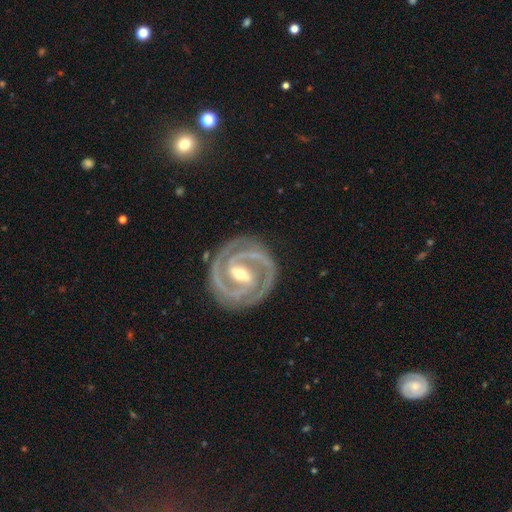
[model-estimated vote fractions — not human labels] Q: Smooth or featured?
A: featured or disk (93%); runner-up: star or artifact (4%)
Q: Edge-on disk?
A: no (97%); runner-up: yes (3%)
Q: Bar?
A: strong (59%); runner-up: weak (29%)
Q: Spiral arms?
A: yes (98%); runner-up: no (2%)
Q: Spiral winding?
A: tight (73%); runner-up: medium (24%)
Q: Spiral arm count?
A: 2 (88%); runner-up: 3 (6%)
Q: Bulge size?
A: moderate (57%); runner-up: small (39%)
Q: Merging?
A: none (85%); runner-up: minor disturbance (11%)